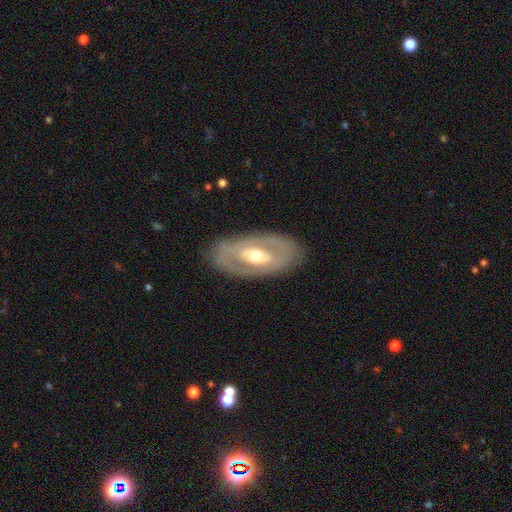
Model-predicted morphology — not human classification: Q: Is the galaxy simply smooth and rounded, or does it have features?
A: featured or disk — 69%.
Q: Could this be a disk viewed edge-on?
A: no — 88%.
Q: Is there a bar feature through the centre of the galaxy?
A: no — 55%.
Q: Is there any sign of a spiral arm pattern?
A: no — 72%.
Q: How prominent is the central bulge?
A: moderate — 67%.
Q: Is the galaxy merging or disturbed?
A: none — 81%.